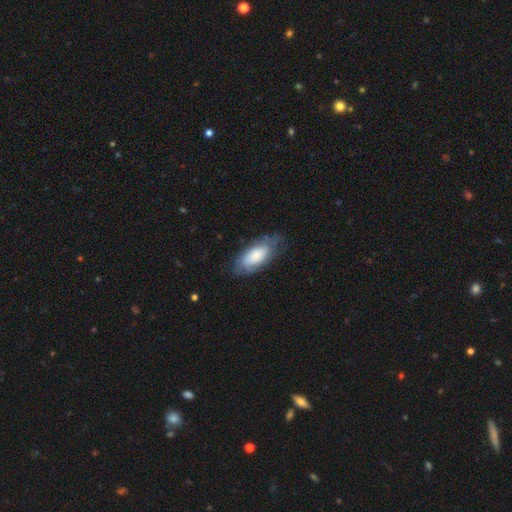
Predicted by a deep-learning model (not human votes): smooth_or_featured: smooth (p=0.63) [alt: featured or disk p=0.30]
how_rounded: in between (p=0.87) [alt: cigar-shaped p=0.10]
merging: none (p=0.64) [alt: minor disturbance p=0.25]